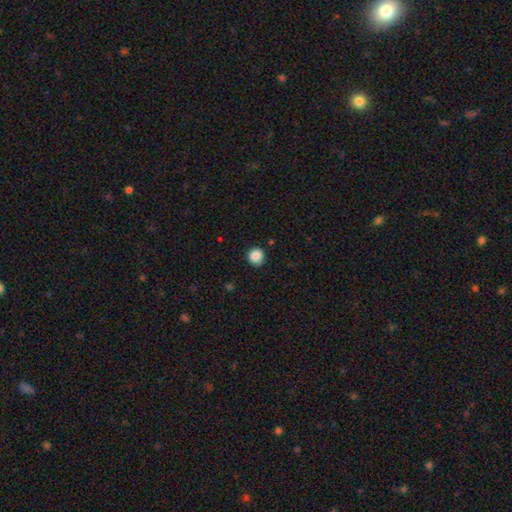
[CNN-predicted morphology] Smooth or featured? smooth (87%)
How rounded? round (91%)
Merging? none (87%)